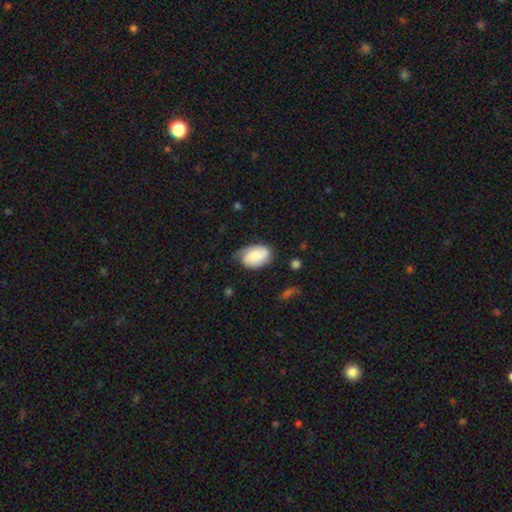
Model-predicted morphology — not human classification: Smooth or featured? Predicted: smooth (p=0.61). How rounded? Predicted: in between (p=0.87). Merging? Predicted: none (p=0.54).